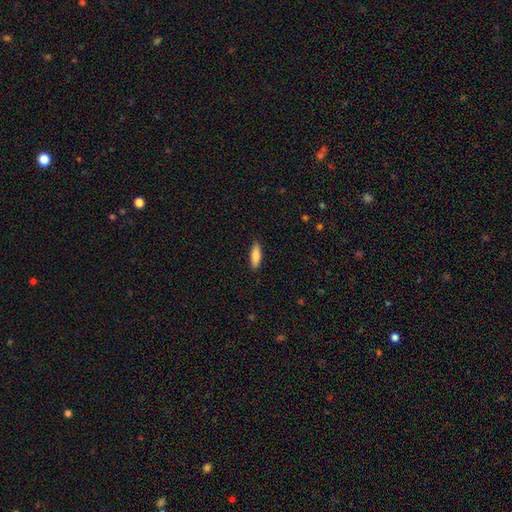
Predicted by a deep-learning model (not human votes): Q: Smooth or featured?
A: smooth (84%); runner-up: featured or disk (11%)
Q: How rounded?
A: in between (53%); runner-up: cigar-shaped (45%)
Q: Merging?
A: none (88%); runner-up: minor disturbance (9%)